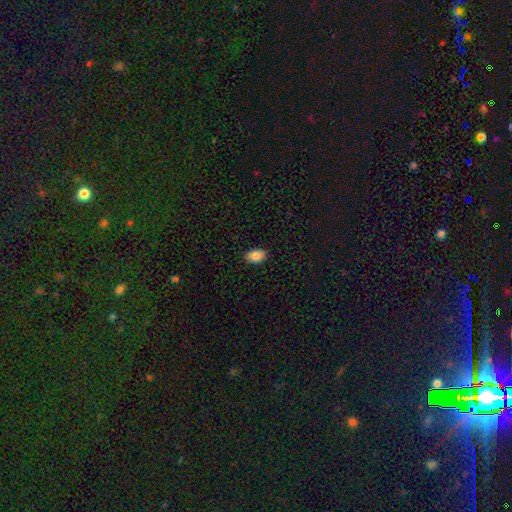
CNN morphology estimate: The model was most divided on "smooth or featured": smooth: 86%, star or artifact: 8%, featured or disk: 6%. More confident: merging — none (89%); how rounded — in between (89%).